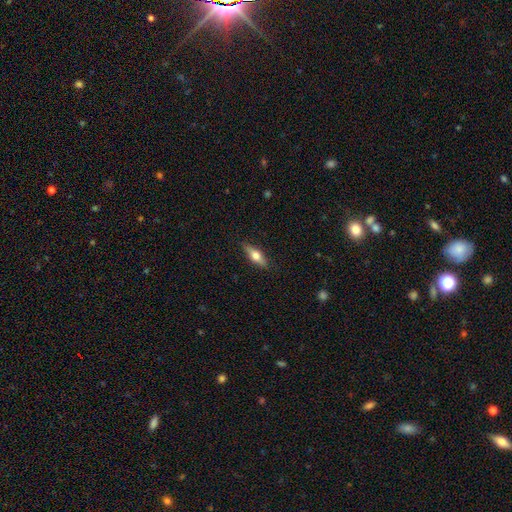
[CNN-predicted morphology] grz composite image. It shows a smooth galaxy with no disk features (51%) that is in between round and cigar-shaped (50%). Merging: none (85%).